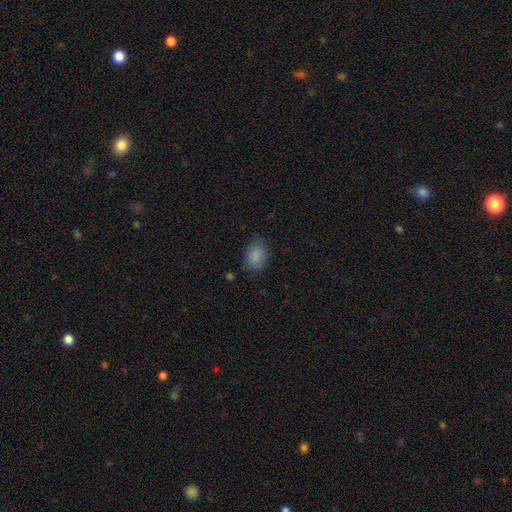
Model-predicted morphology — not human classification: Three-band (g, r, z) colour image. It shows a smooth galaxy with no disk features (87%) that is in between round and cigar-shaped (78%). Merging: none (77%).